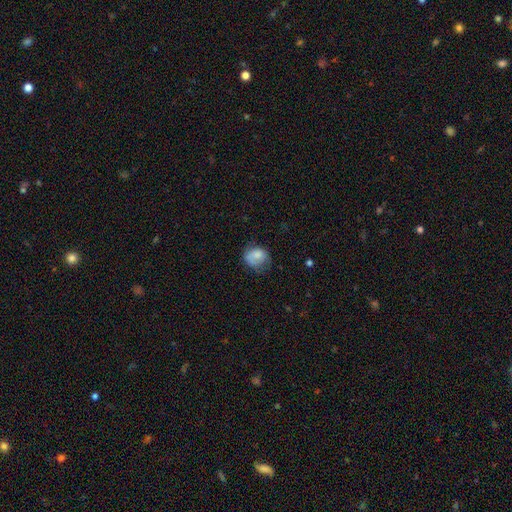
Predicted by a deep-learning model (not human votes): Q: Smooth or featured?
A: smooth (75%); runner-up: featured or disk (16%)
Q: How rounded?
A: round (53%); runner-up: in between (46%)
Q: Merging?
A: none (42%); runner-up: minor disturbance (33%)